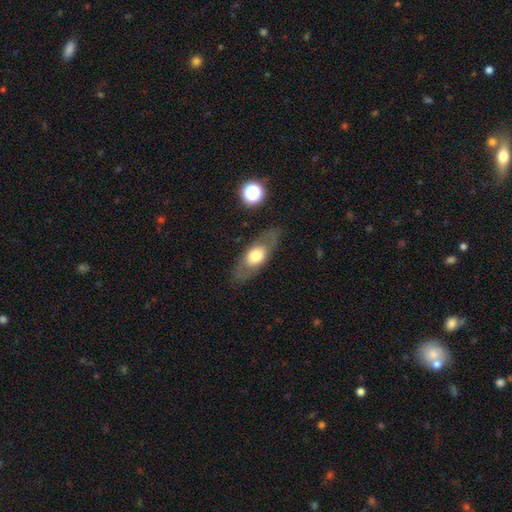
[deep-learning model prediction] smooth 52%, featured or disk 41%, star or artifact 7%. Down the decision tree: how rounded — in between (71%); merging — none (80%).